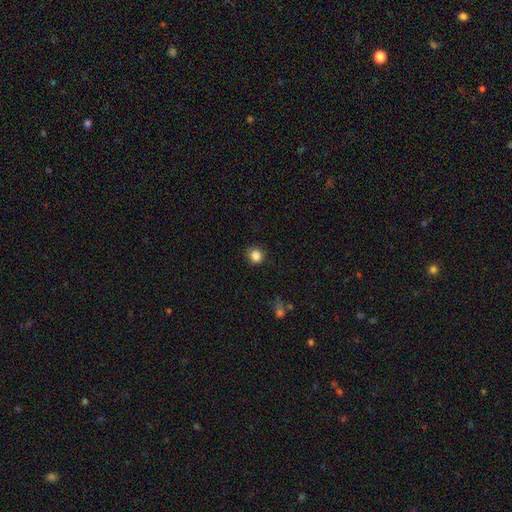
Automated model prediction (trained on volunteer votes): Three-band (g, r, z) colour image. It shows a smooth galaxy with no disk features (86%) that is round (90%). Merging: none (89%).